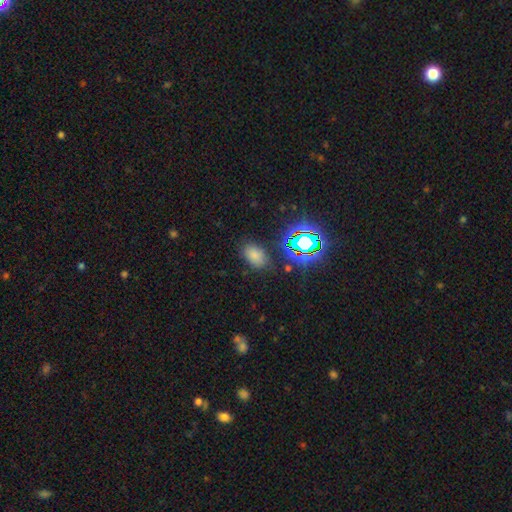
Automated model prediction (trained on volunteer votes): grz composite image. It shows a smooth galaxy with no disk features (69%) that is in between round and cigar-shaped (87%). Merging: none (79%).